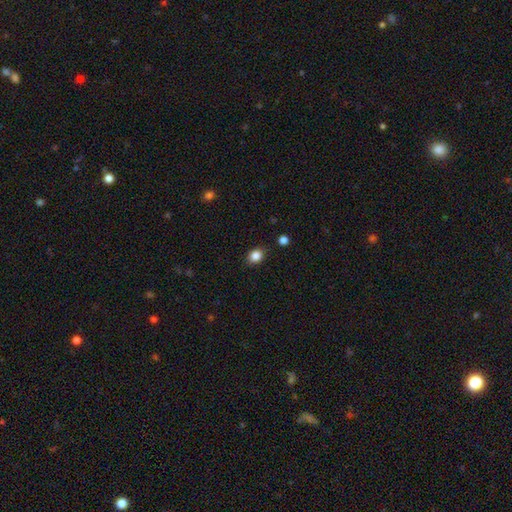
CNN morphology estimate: Overall: smooth (85%). How rounded: in between (53%; round 47%). Merging: none (87%).